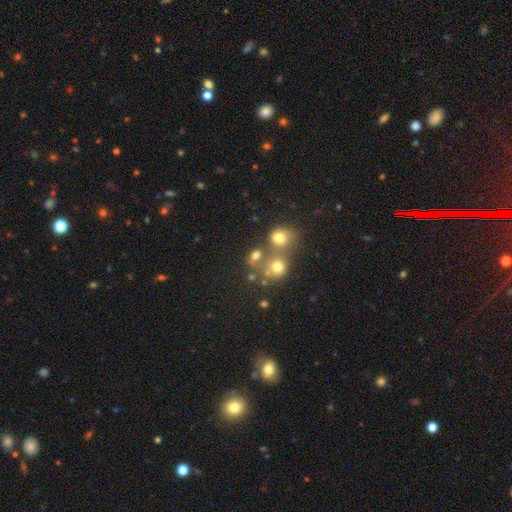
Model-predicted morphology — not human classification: A smooth galaxy with no disk features (70%) that is round (64%).

Vote fractions:
- Smooth or featured? smooth: 70% / star or artifact: 17% / featured or disk: 13%
- How rounded? round: 64% / in between: 34% / cigar-shaped: 2%
- Merging? none: 45% / merger: 38% / minor disturbance: 10% / major disturbance: 7%